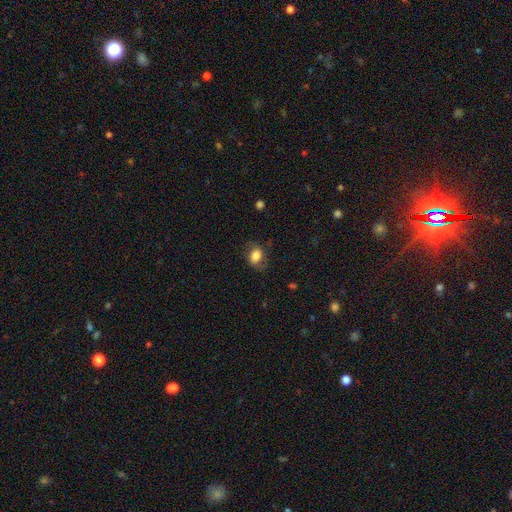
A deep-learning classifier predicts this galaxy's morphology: This appears to be a smooth galaxy with no disk features (76%) that is in between round and cigar-shaped (69%). Merging: none (68%).